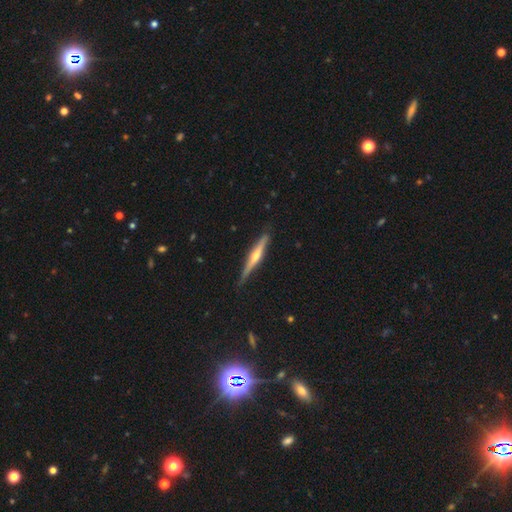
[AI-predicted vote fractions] A featured or disk galaxy (70%) viewed edge-on (97%) with a rounded central bulge (82%). Merging: none (84%).